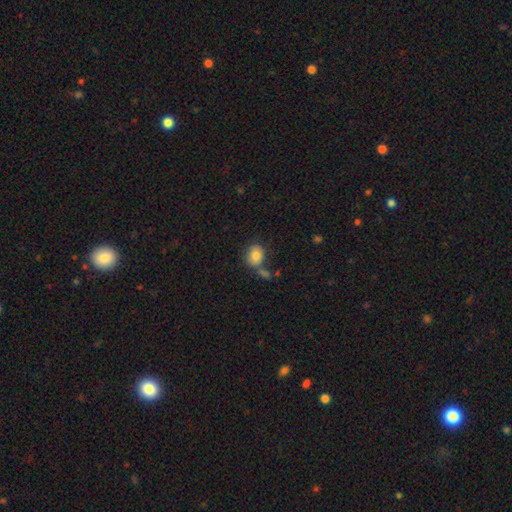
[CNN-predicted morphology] Smooth or featured?
  - smooth: 81% *
  - featured or disk: 10%
  - star or artifact: 9%
How rounded?
  - round: 58% *
  - in between: 41%
  - cigar-shaped: 1%
Merging?
  - none: 63% *
  - merger: 17%
  - minor disturbance: 15%
  - major disturbance: 5%